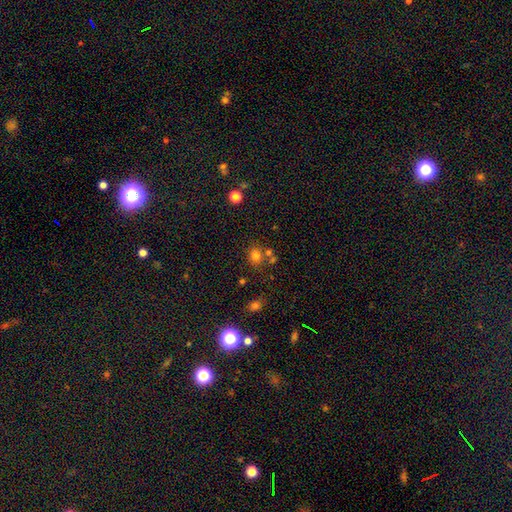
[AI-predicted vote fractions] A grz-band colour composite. It shows a smooth galaxy with no disk features (75%) that is round (64%). Merging: none (62%).